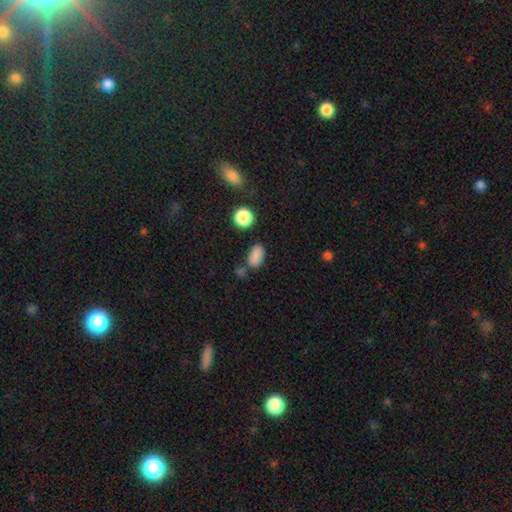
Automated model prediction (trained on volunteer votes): Smooth or featured? Predicted: smooth (p=0.83). How rounded? Predicted: in between (p=0.88). Merging? Predicted: none (p=0.66).